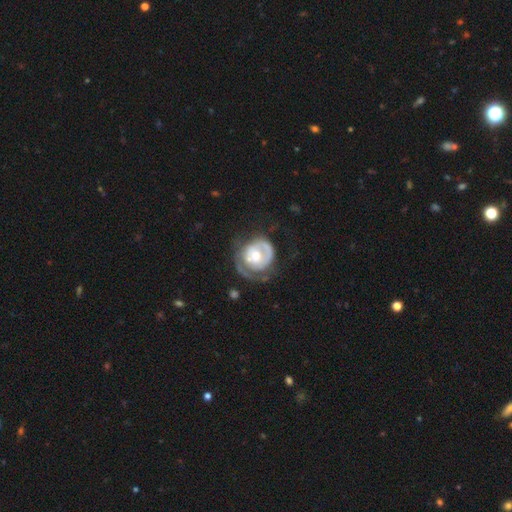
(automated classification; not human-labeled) smooth-or-featured: featured or disk: 71% | smooth: 24% | star or artifact: 5%
  disk-edge-on: no: 98% | yes: 2%
    bar: no: 70% | weak: 24% | strong: 6%
    has-spiral-arms: yes: 73% | no: 27%
      spiral-winding: tight: 56% | medium: 28% | loose: 16%
      spiral-arm-count: 1: 50% | 2: 24% | can't tell: 20% | 3: 3% | 4: 1% | more than 4: 1%
    bulge-size: moderate: 60% | small: 26% | large: 10% | none: 2% | dominant: 1%
  merging: none: 43% | major disturbance: 28% | minor disturbance: 24% | merger: 5%